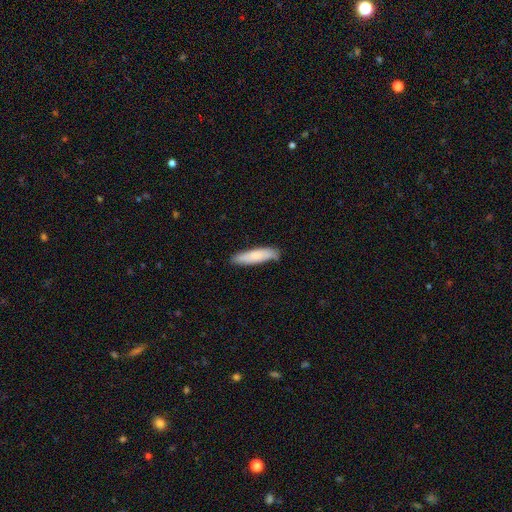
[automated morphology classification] A smooth galaxy with no disk features (80%) that is cigar-shaped (77%). Merging: none (81%).